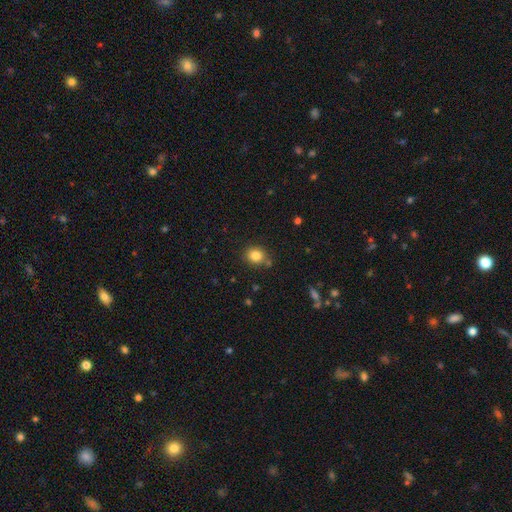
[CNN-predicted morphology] smooth 83%, star or artifact 11%, featured or disk 6%. Down the decision tree: how rounded — round (74%); merging — none (79%).